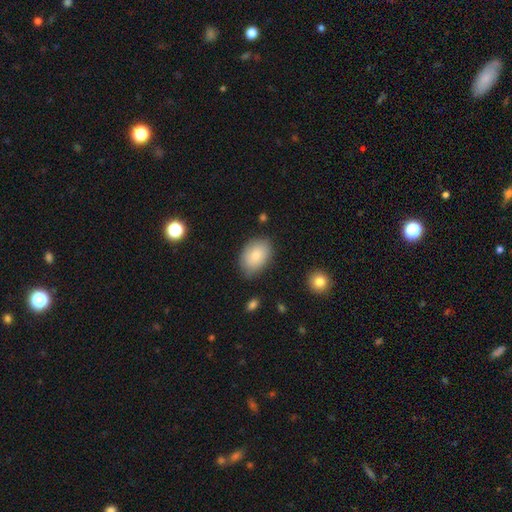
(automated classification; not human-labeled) A smooth galaxy with no disk features (82%) that is in between round and cigar-shaped (85%). Merging: none (76%).